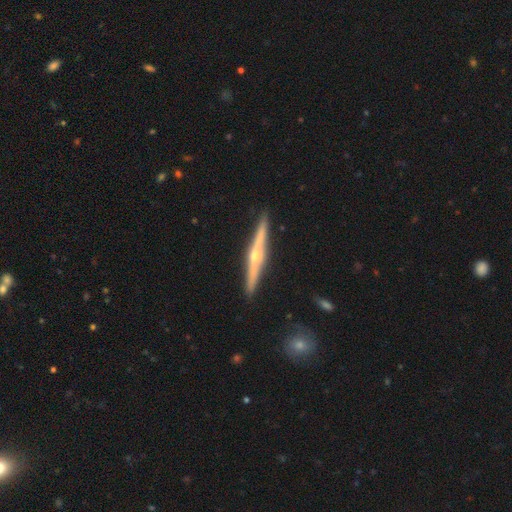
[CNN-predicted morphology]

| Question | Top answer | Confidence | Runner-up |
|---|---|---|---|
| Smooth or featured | featured or disk | 82% | smooth (13%) |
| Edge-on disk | yes | 98% | no (2%) |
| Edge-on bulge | rounded | 90% | none (7%) |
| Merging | none | 90% | minor disturbance (7%) |